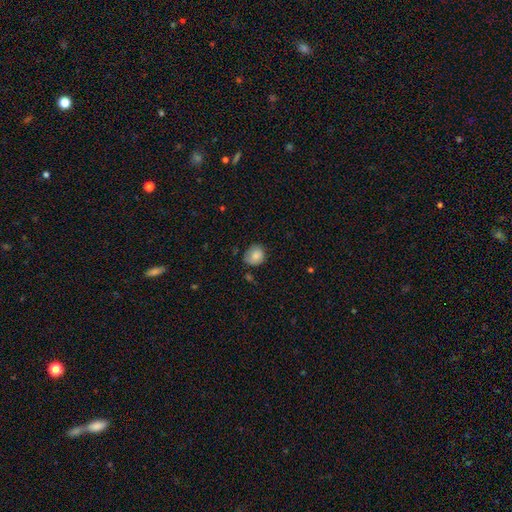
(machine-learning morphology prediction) smooth-or-featured: smooth: 82% | featured or disk: 10% | star or artifact: 8%
  how-rounded: round: 74% | in between: 26% | cigar-shaped: 1%
  merging: none: 65% | minor disturbance: 27% | major disturbance: 6% | merger: 2%